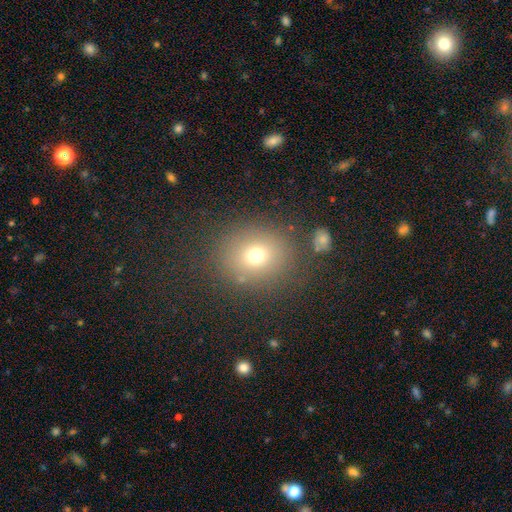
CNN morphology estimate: smooth-or-featured: smooth: 71% | star or artifact: 17% | featured or disk: 13%
  how-rounded: round: 72% | in between: 27% | cigar-shaped: 1%
  merging: none: 82% | minor disturbance: 10% | major disturbance: 5% | merger: 3%